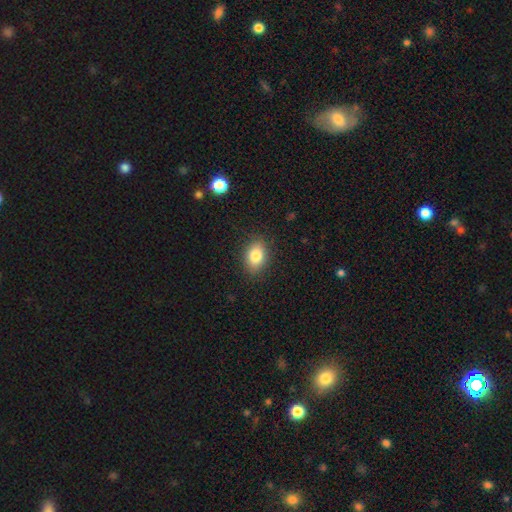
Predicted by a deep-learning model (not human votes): A smooth galaxy with no disk features (82%) that is in between round and cigar-shaped (80%). Merging: none (87%).